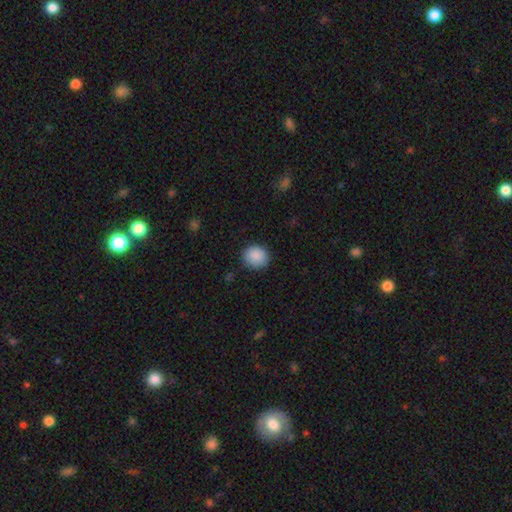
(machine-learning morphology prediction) A smooth galaxy with no disk features (89%) that is round (77%). Merging: none (84%).